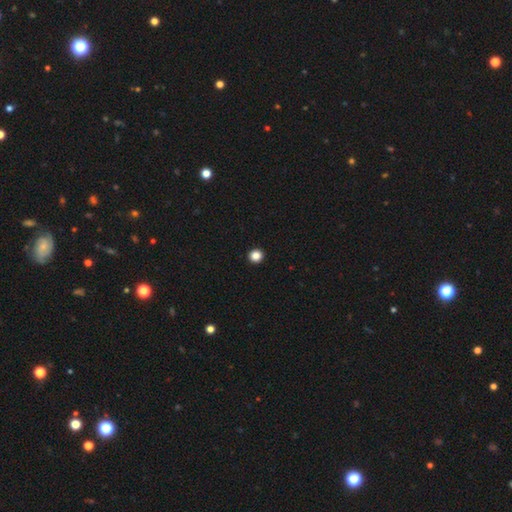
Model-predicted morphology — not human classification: smooth 86%, star or artifact 11%, featured or disk 3%. Down the decision tree: how rounded — round (95%); merging — none (95%).